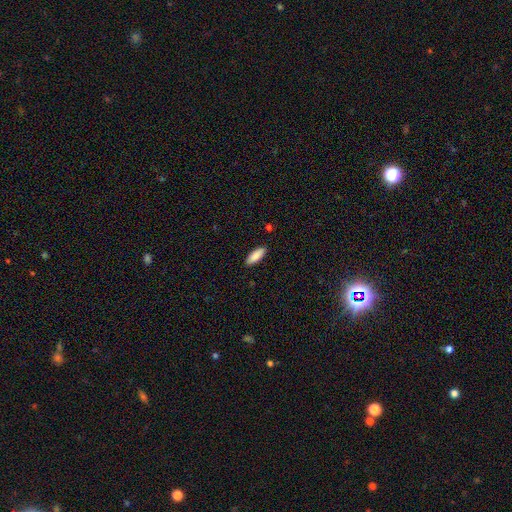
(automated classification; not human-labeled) The model was most divided on "how rounded": in between: 68%, cigar-shaped: 30%, round: 2%. More confident: merging — none (89%); smooth or featured — smooth (89%).